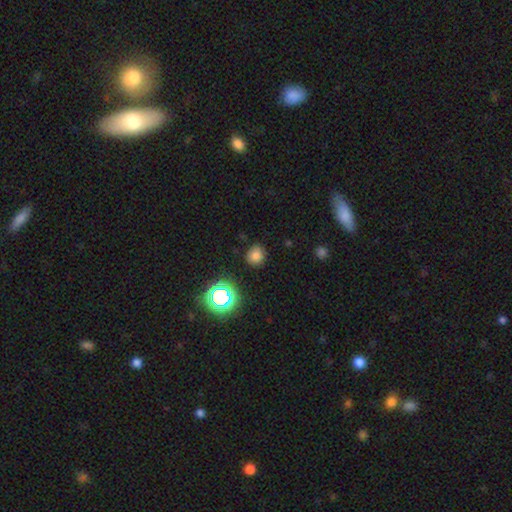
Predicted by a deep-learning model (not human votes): This appears to be a smooth galaxy with no disk features (73%) that is round (85%). Merging: none (84%).